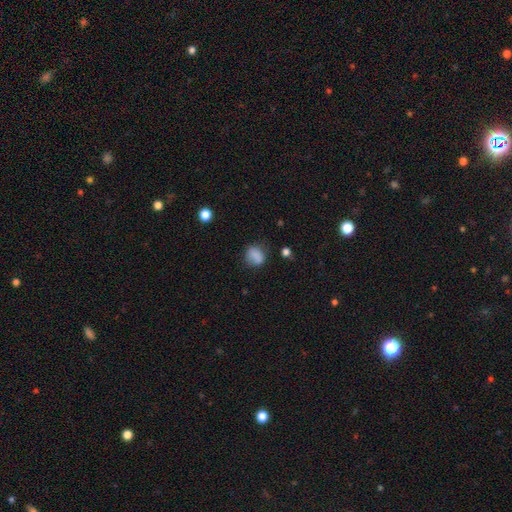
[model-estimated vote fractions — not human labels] Morphology: type=smooth (81%); roundness=round (57%); merging=none (68%).